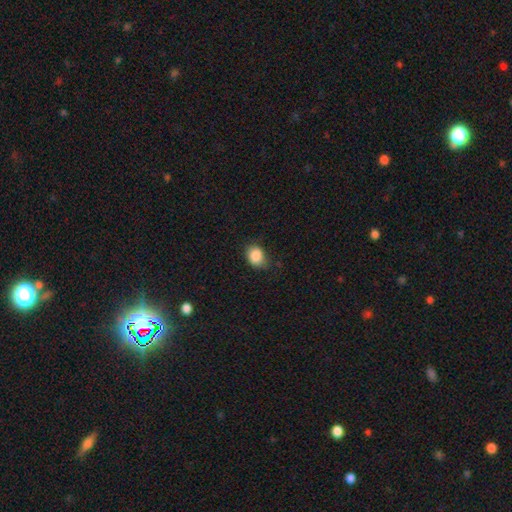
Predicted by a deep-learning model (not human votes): This appears to be a smooth galaxy with no disk features (86%) that is in between round and cigar-shaped (60%). Merging: none (67%).